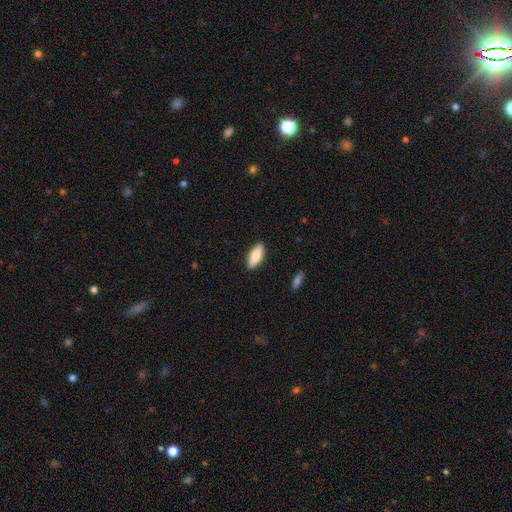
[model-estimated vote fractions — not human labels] smooth 76%, featured or disk 18%, star or artifact 6%. Down the decision tree: how rounded — in between (77%); merging — none (89%).